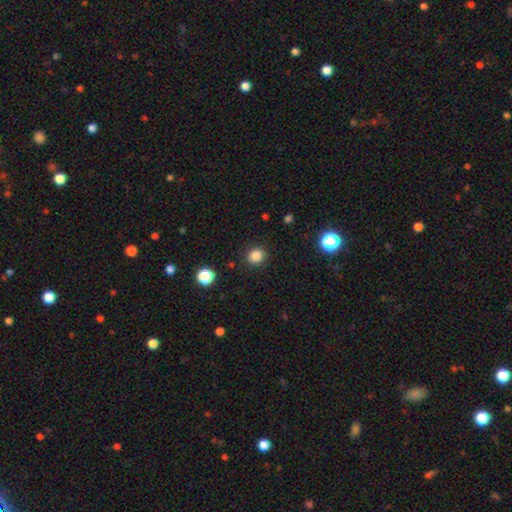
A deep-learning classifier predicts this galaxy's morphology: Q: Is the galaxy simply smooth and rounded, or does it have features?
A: smooth — 84%.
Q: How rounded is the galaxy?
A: round — 83%.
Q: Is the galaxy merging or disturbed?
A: none — 89%.